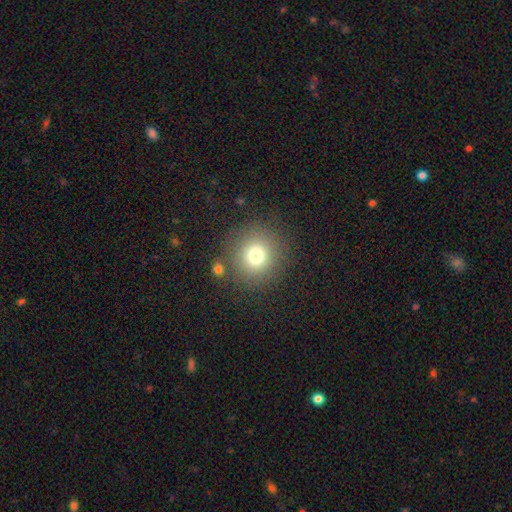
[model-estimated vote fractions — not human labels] Smooth or featured?
  - smooth: 76% *
  - star or artifact: 15%
  - featured or disk: 10%
How rounded?
  - round: 92% *
  - in between: 7%
  - cigar-shaped: 1%
Merging?
  - none: 84% *
  - minor disturbance: 8%
  - merger: 4%
  - major disturbance: 4%